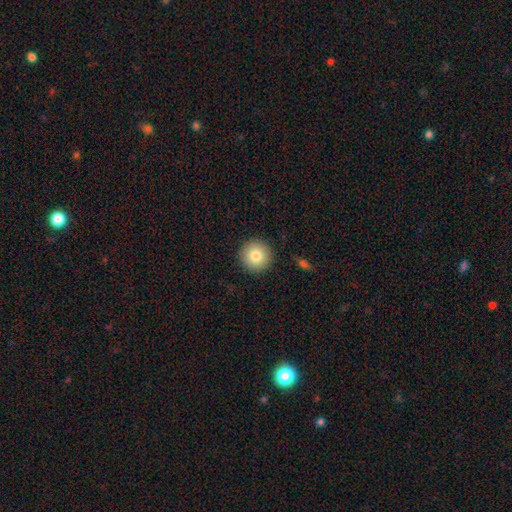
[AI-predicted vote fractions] The model was most divided on "smooth or featured": smooth: 82%, featured or disk: 9%, star or artifact: 9%. More confident: how rounded — round (96%); merging — none (92%).